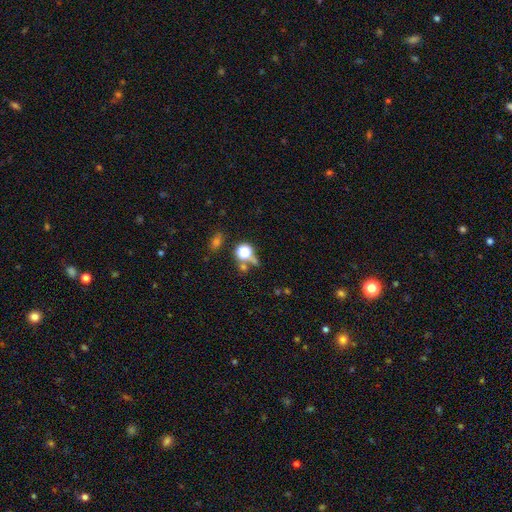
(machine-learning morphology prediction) A star or artifact, not a galaxy (50%).

Vote fractions:
- Smooth or featured? star or artifact: 50% / smooth: 40% / featured or disk: 10%